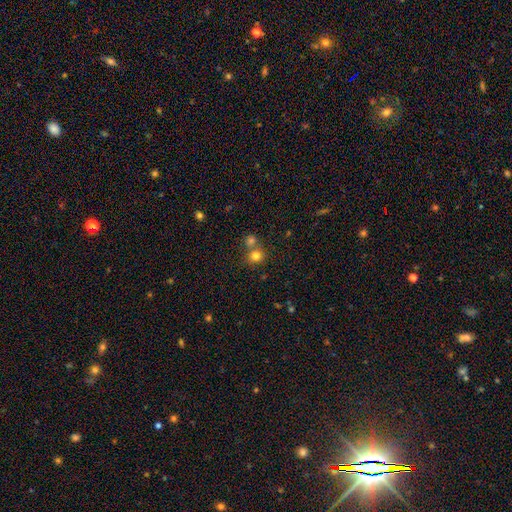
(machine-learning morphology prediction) The model was most divided on "merging": none: 54%, merger: 36%, minor disturbance: 7%, major disturbance: 3%. More confident: how rounded — round (85%); smooth or featured — smooth (78%).